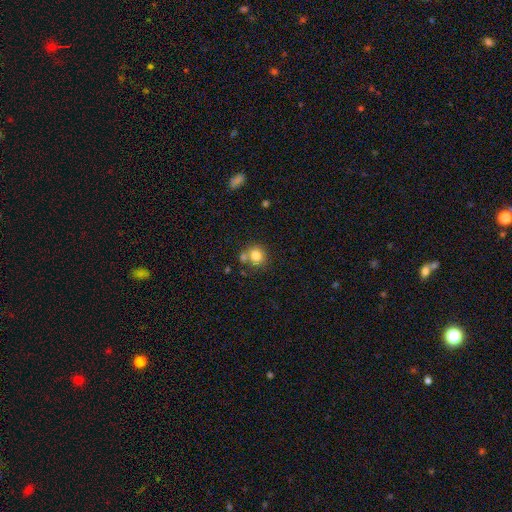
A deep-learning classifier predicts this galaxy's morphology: type=smooth (81%); roundness=round (84%); merging=none (62%).